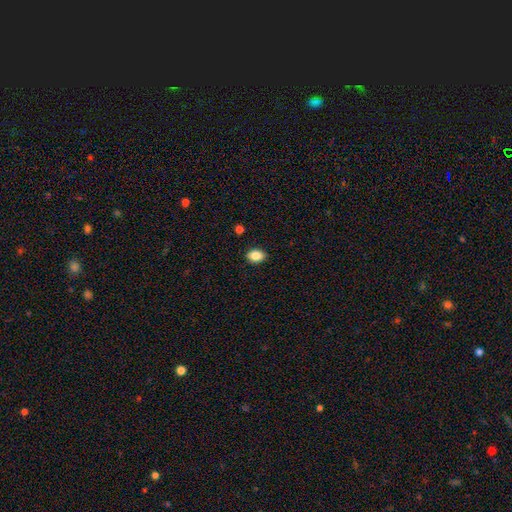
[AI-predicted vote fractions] The model was most divided on "how rounded": in between: 80%, round: 18%, cigar-shaped: 1%. More confident: merging — none (89%); smooth or featured — smooth (86%).